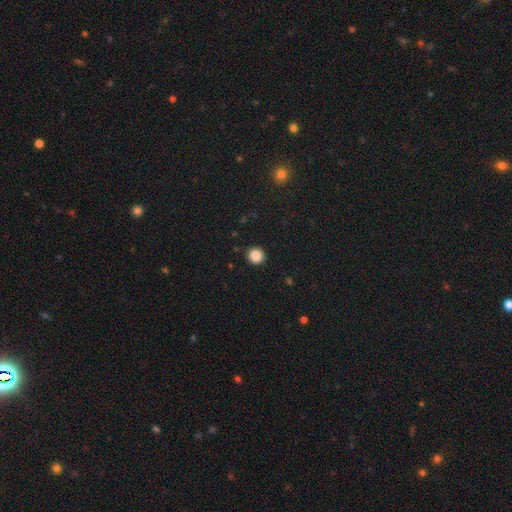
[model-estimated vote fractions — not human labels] Smooth or featured?
  - smooth: 87% *
  - star or artifact: 10%
  - featured or disk: 3%
How rounded?
  - round: 94% *
  - in between: 5%
  - cigar-shaped: 1%
Merging?
  - none: 91% *
  - minor disturbance: 6%
  - major disturbance: 2%
  - merger: 1%